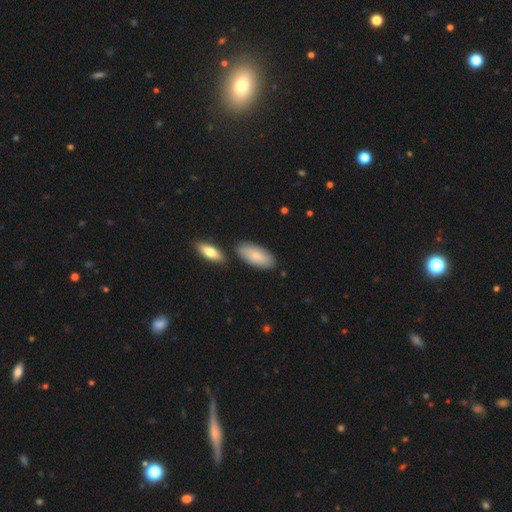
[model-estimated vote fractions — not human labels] This appears to be a smooth galaxy with no disk features (78%) that is in between round and cigar-shaped (89%). Merging: none (80%).